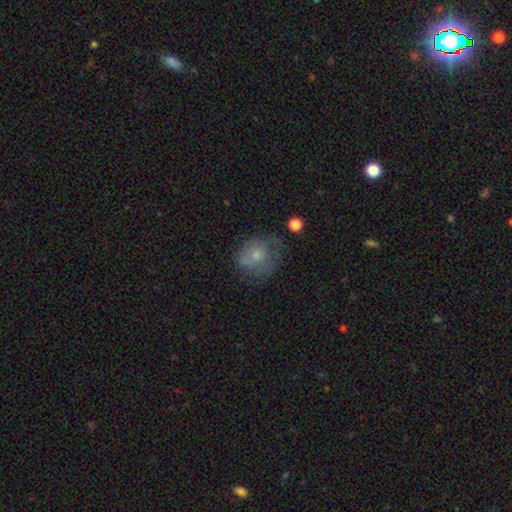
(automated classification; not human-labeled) Smooth or featured? smooth (65%)
How rounded? round (69%)
Merging? none (50%)